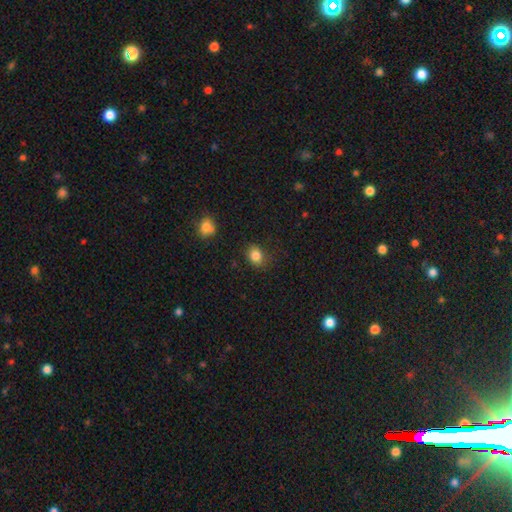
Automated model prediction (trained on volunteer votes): smooth 84%, star or artifact 11%, featured or disk 5%. Down the decision tree: how rounded — round (53%); merging — none (76%).